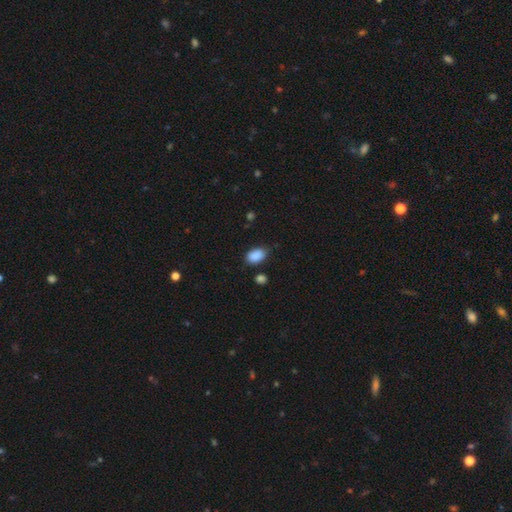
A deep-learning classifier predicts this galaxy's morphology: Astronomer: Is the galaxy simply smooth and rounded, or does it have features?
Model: smooth — 89%.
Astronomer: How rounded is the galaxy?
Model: in between — 87%.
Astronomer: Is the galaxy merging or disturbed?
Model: none — 76%.